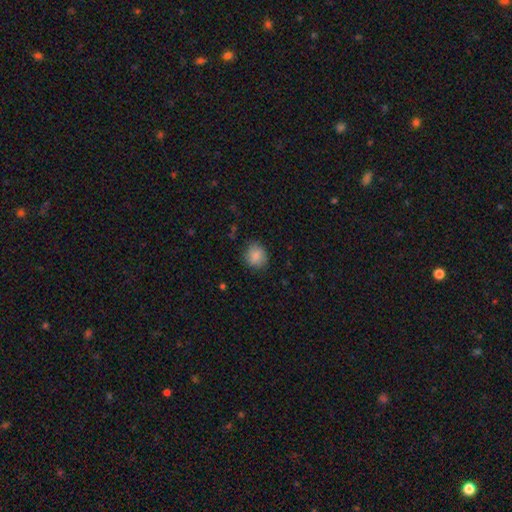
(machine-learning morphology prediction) Q: Smooth or featured?
A: smooth (86%); runner-up: star or artifact (8%)
Q: How rounded?
A: round (79%); runner-up: in between (20%)
Q: Merging?
A: none (81%); runner-up: minor disturbance (15%)